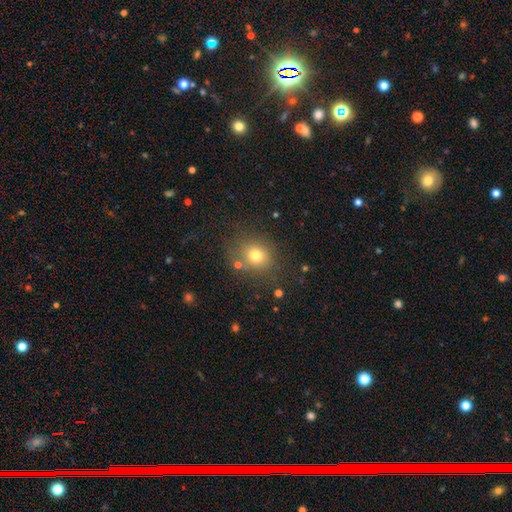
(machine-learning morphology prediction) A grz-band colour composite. It shows a smooth galaxy with no disk features (74%) that is round (76%). Merging: none (76%).